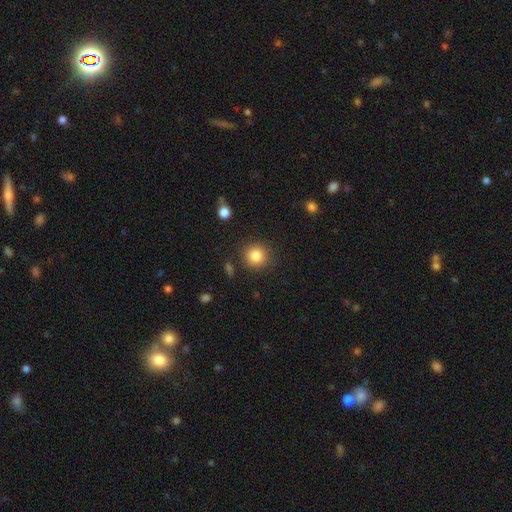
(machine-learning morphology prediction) type=smooth (85%); roundness=round (92%); merging=none (87%).